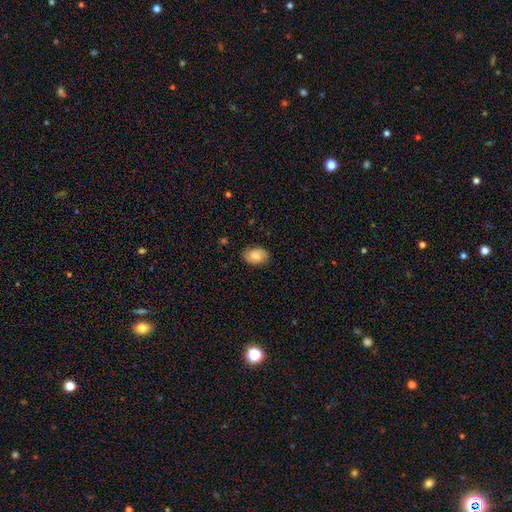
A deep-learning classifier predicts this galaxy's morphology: Smooth or featured? Predicted: smooth (p=0.68). How rounded? Predicted: in between (p=0.77). Merging? Predicted: none (p=0.79).